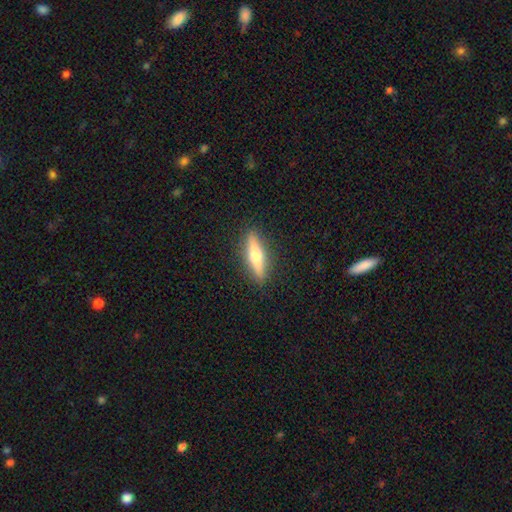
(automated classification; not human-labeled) Smooth or featured: featured or disk — 55% (smooth — 40%)
Edge-on disk: yes — 94% (no — 6%)
Edge-on bulge: rounded — 94% (none — 4%)
Merging: none — 91% (minor disturbance — 7%)